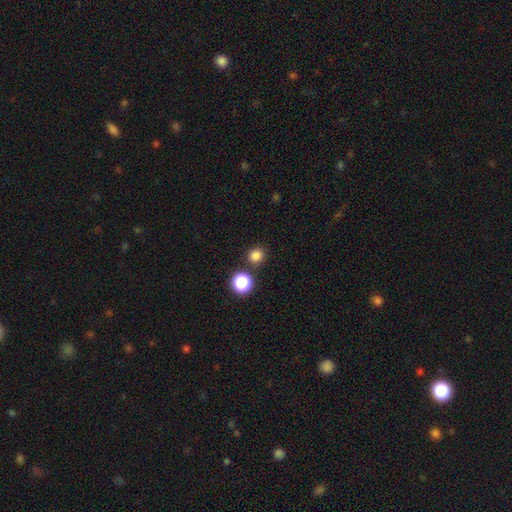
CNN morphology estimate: The model was most divided on "smooth or featured": smooth: 81%, star or artifact: 15%, featured or disk: 4%. More confident: how rounded — round (88%); merging — none (84%).